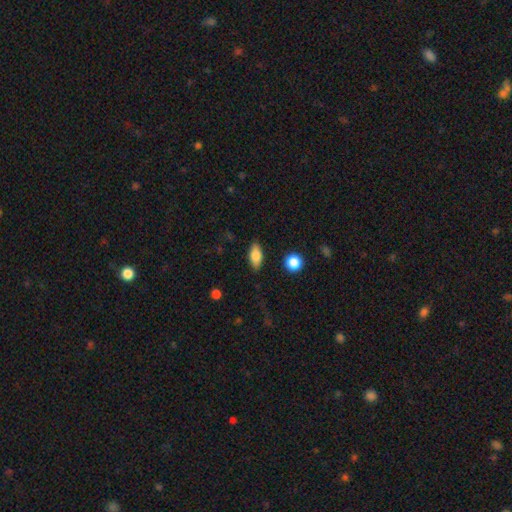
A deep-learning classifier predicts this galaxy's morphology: Smooth or featured?
  - smooth: 78% *
  - featured or disk: 14%
  - star or artifact: 8%
How rounded?
  - in between: 83% *
  - cigar-shaped: 12%
  - round: 5%
Merging?
  - none: 86% *
  - minor disturbance: 10%
  - major disturbance: 3%
  - merger: 2%